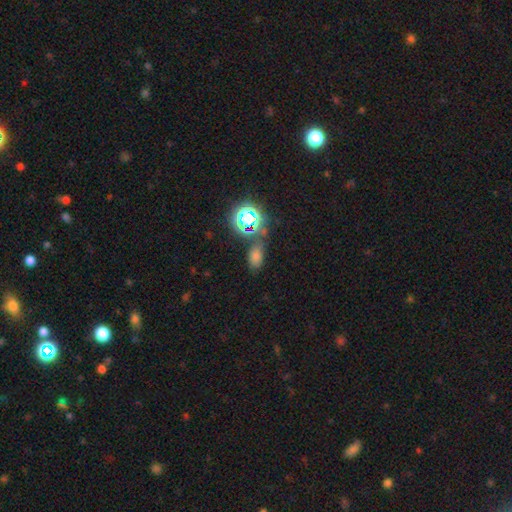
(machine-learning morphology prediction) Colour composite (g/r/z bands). It shows a smooth galaxy with no disk features (51%) that is in between round and cigar-shaped (77%). Merging: none (69%).